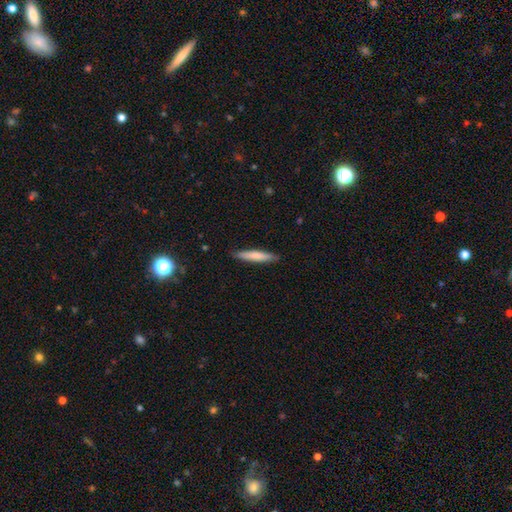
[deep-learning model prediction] Smooth or featured? Predicted: smooth (p=0.73). How rounded? Predicted: cigar-shaped (p=0.91). Merging? Predicted: none (p=0.88).